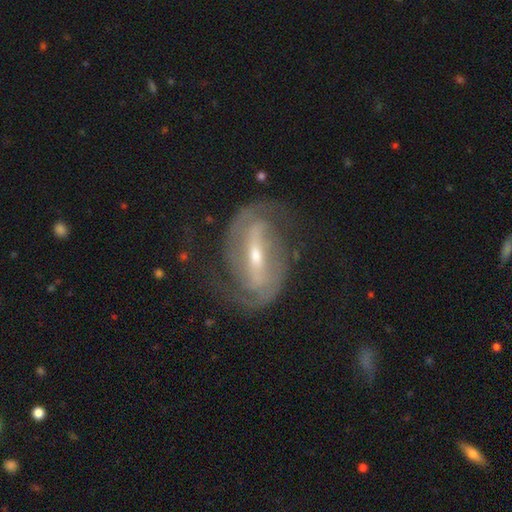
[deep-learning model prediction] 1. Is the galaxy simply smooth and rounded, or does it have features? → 88% featured or disk, 6% smooth, 6% star or artifact.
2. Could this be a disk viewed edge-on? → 93% no, 7% yes.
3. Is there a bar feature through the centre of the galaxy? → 68% strong, 24% weak, 8% no.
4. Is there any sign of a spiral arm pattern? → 95% yes, 5% no.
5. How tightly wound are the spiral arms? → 46% medium, 37% tight, 18% loose.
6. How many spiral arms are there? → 83% 2, 7% can't tell, 4% 3, 2% 1, 2% 4, 2% more than 4.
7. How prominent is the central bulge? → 53% small, 42% moderate, 2% large, 1% none, 1% dominant.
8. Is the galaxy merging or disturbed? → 71% none, 15% minor disturbance, 12% major disturbance, 2% merger.